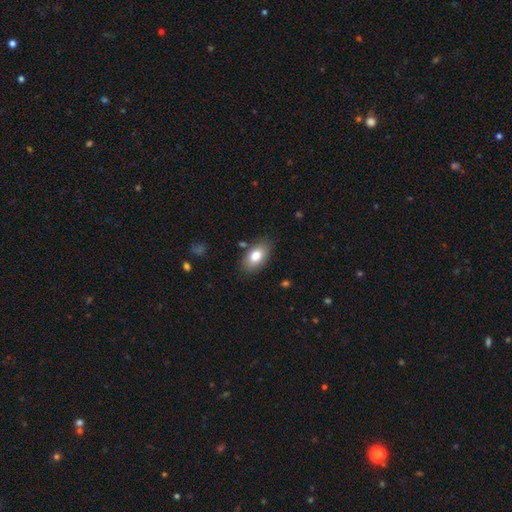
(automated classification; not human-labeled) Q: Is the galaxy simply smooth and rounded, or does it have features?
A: smooth — 80%.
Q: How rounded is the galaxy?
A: in between — 92%.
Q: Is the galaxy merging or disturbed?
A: none — 82%.